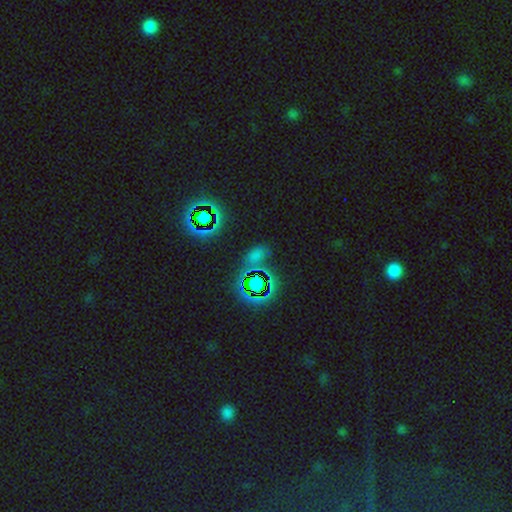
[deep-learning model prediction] The model was most divided on "smooth or featured": star or artifact: 56%, smooth: 33%, featured or disk: 10%.